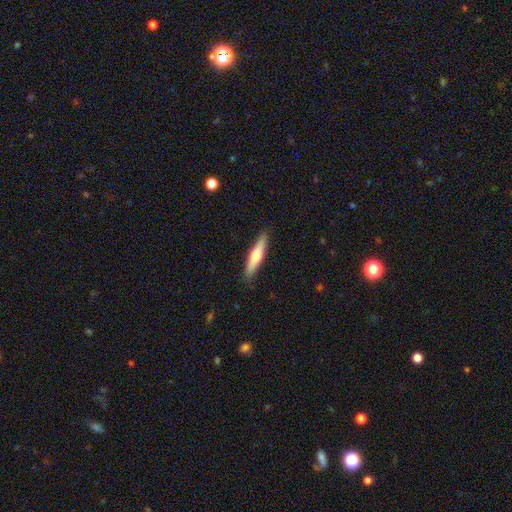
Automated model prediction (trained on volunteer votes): Overall: smooth (56%; featured or disk 39%). How rounded: cigar-shaped (85%). Merging: none (89%).